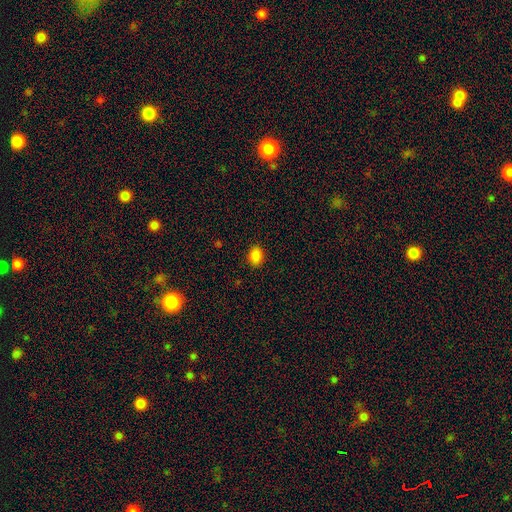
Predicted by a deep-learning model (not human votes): Morphology: type=smooth (86%); roundness=in between (64%); merging=none (89%).